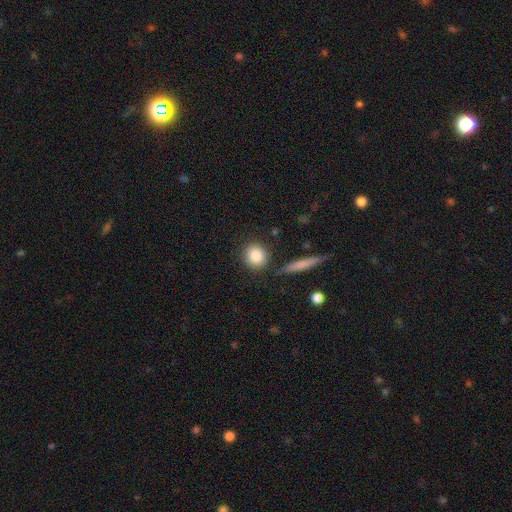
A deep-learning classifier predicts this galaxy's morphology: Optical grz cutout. It shows a smooth galaxy with no disk features (86%) that is round (82%). Merging: none (83%).